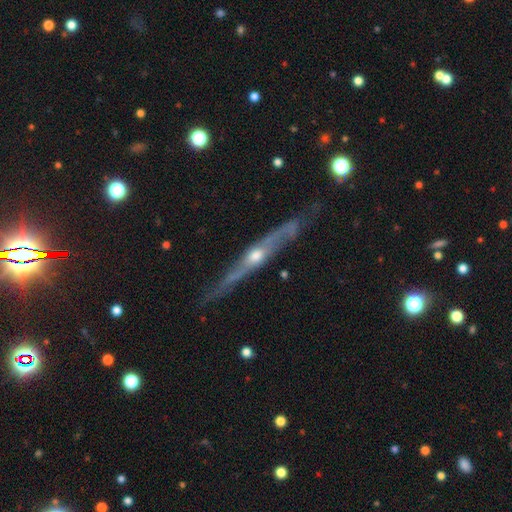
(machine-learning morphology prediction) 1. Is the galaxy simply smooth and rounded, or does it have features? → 80% featured or disk, 15% smooth, 5% star or artifact.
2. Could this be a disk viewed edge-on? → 90% yes, 10% no.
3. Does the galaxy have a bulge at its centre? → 85% rounded, 11% none, 4% boxy.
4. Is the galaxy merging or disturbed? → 76% none, 17% minor disturbance, 4% major disturbance, 2% merger.